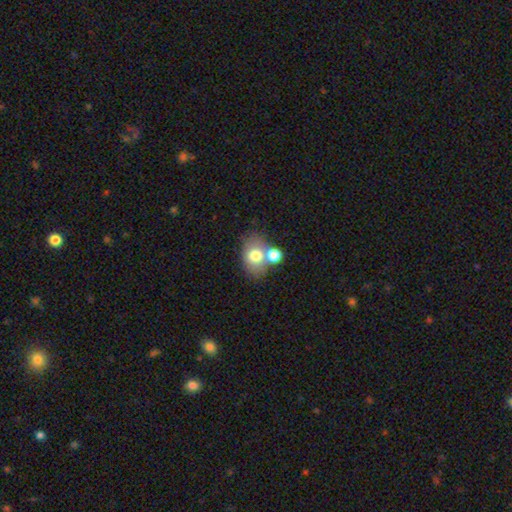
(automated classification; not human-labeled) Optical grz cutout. It shows a smooth galaxy with no disk features (73%) that is in between round and cigar-shaped (61%). Merging: none (48%).